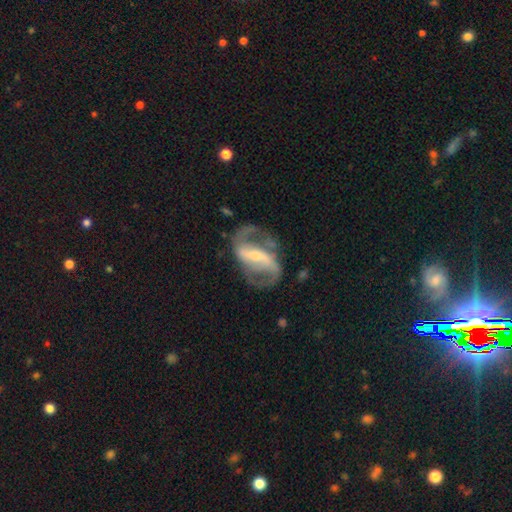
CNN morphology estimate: The model was most divided on "bulge size": small: 55%, moderate: 36%, large: 4%, none: 4%, dominant: 1%. More confident: edge-on disk — no (96%); spiral arms — yes (94%); spiral arm count — 2 (91%); smooth or featured — featured or disk (89%); merging — none (70%); bar — strong (65%); spiral winding — medium (51%).